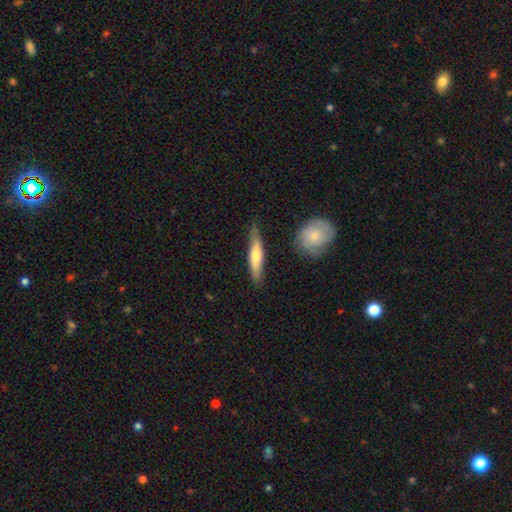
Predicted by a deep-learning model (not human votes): Morphology: type=smooth (56%); roundness=cigar-shaped (82%); merging=none (76%).